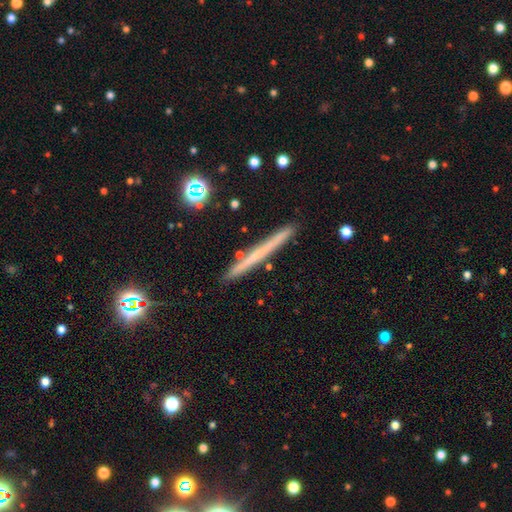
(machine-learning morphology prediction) Smooth or featured?
  - smooth: 46% *
  - featured or disk: 45%
  - star or artifact: 9%
Merging?
  - none: 90% *
  - minor disturbance: 7%
  - merger: 1%
  - major disturbance: 1%